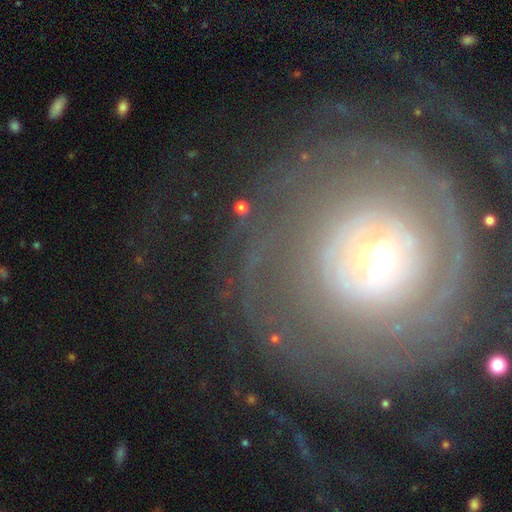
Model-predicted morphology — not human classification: smooth-or-featured: featured or disk: 62% | smooth: 21% | star or artifact: 17%
  disk-edge-on: no: 94% | yes: 6%
    bar: no: 76% | weak: 16% | strong: 8%
    has-spiral-arms: yes: 55% | no: 45%
    bulge-size: moderate: 59% | small: 19% | large: 16% | dominant: 4% | none: 2%
  merging: none: 64% | major disturbance: 18% | minor disturbance: 14% | merger: 3%